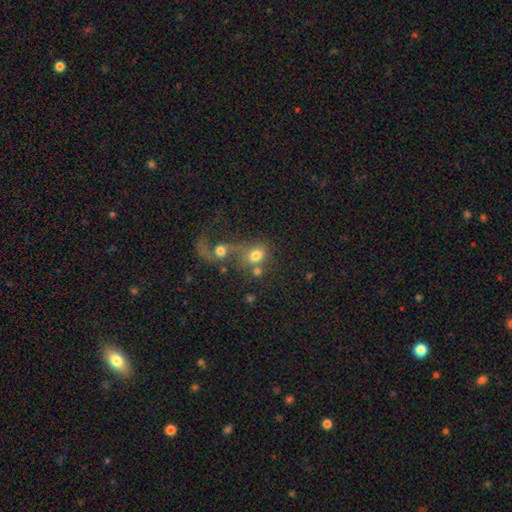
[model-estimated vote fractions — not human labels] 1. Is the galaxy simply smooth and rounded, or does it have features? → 69% smooth, 20% featured or disk, 11% star or artifact.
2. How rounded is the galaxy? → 59% round, 40% in between, 2% cigar-shaped.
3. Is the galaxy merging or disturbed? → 53% merger, 26% none, 13% major disturbance, 8% minor disturbance.